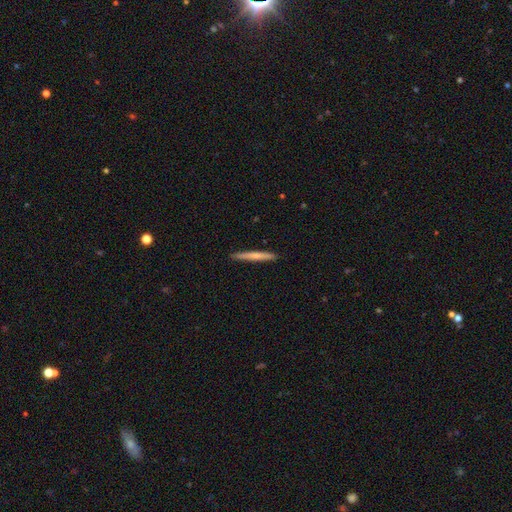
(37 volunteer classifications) Morphology: type=smooth (65%); roundness=cigar-shaped (100%); merging=none (89%).